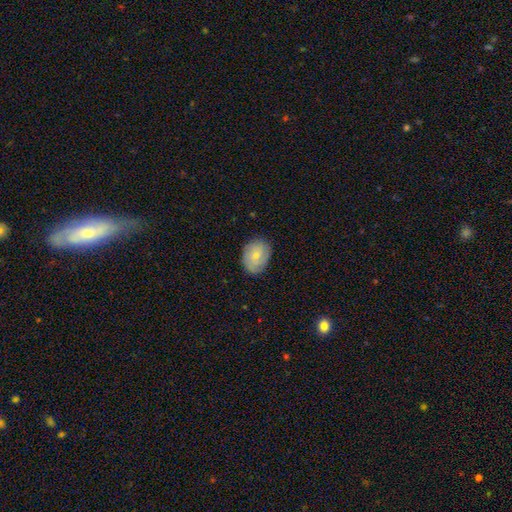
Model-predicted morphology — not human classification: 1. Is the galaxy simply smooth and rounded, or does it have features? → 62% smooth, 31% featured or disk, 7% star or artifact.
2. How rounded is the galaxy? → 65% in between, 34% round, 1% cigar-shaped.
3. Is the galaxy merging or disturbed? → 80% none, 16% minor disturbance, 3% major disturbance, 1% merger.